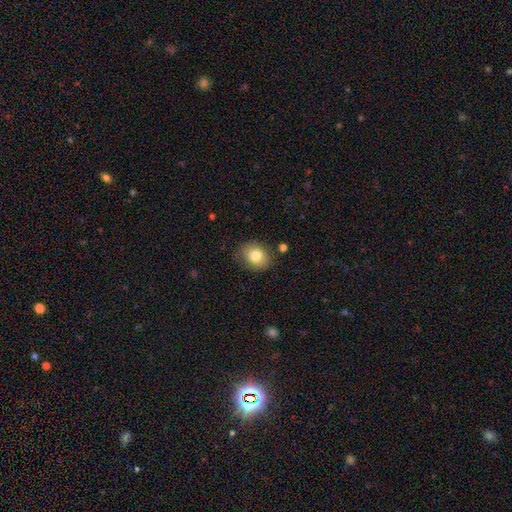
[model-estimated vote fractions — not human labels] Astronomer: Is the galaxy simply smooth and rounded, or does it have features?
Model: smooth — 80%.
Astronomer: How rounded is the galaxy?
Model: round — 51% (runner-up: in between, 48%).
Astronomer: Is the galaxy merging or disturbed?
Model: none — 80%.